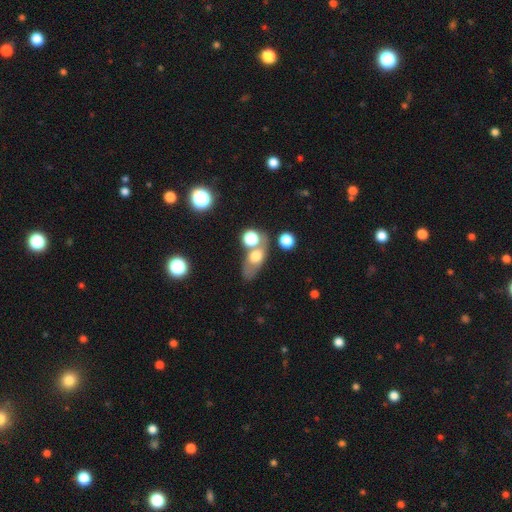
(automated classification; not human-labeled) Smooth or featured?
  - smooth: 60% *
  - featured or disk: 27%
  - star or artifact: 13%
How rounded?
  - in between: 71% *
  - round: 20%
  - cigar-shaped: 9%
Merging?
  - none: 46% *
  - merger: 30%
  - minor disturbance: 15%
  - major disturbance: 9%